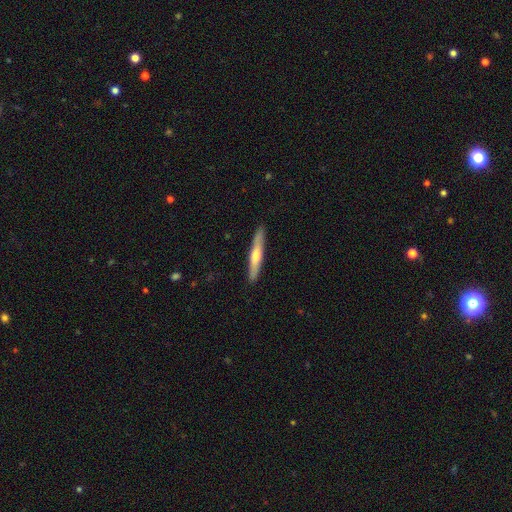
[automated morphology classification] A smooth galaxy with no disk features (49%).

Vote fractions:
- Smooth or featured? smooth: 49% / featured or disk: 46% / star or artifact: 5%
- Merging? none: 90% / minor disturbance: 7% / major disturbance: 1% / merger: 1%